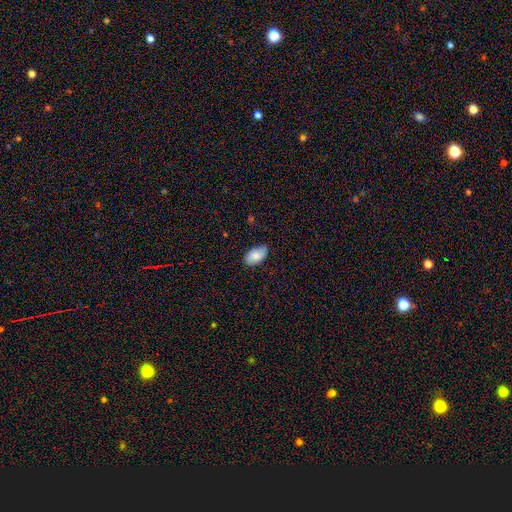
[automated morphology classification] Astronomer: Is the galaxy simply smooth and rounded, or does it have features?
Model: smooth — 83%.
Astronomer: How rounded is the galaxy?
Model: in between — 95%.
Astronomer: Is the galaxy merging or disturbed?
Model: none — 77%.